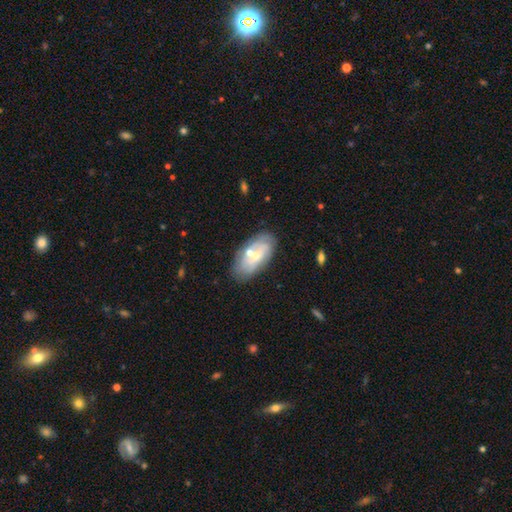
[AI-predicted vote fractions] Smooth or featured?
  - featured or disk: 51% *
  - smooth: 41%
  - star or artifact: 8%
Edge-on disk?
  - no: 91% *
  - yes: 9%
Merging?
  - none: 64% *
  - minor disturbance: 18%
  - merger: 12%
  - major disturbance: 6%